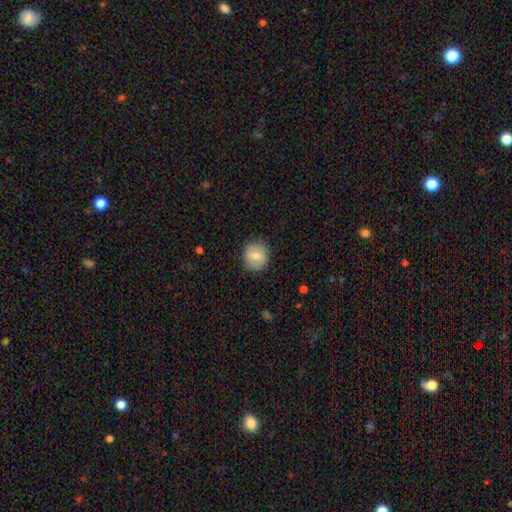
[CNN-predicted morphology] Smooth or featured? smooth (68%)
How rounded? round (80%)
Merging? none (84%)